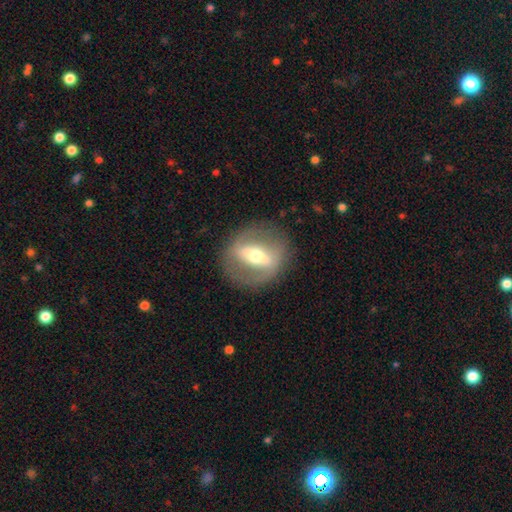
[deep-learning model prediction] A featured or disk galaxy (72%) with a strong bar (68%), no spiral arms (66%) and a moderate central bulge (65%). Merging: none (82%).